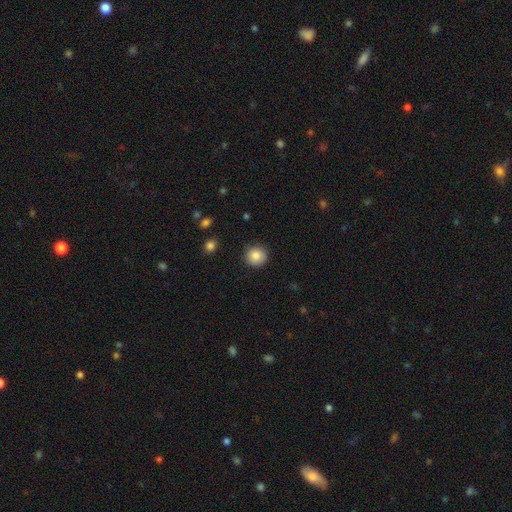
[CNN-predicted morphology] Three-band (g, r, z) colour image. It shows a smooth galaxy with no disk features (85%) that is round (92%). Merging: none (89%).